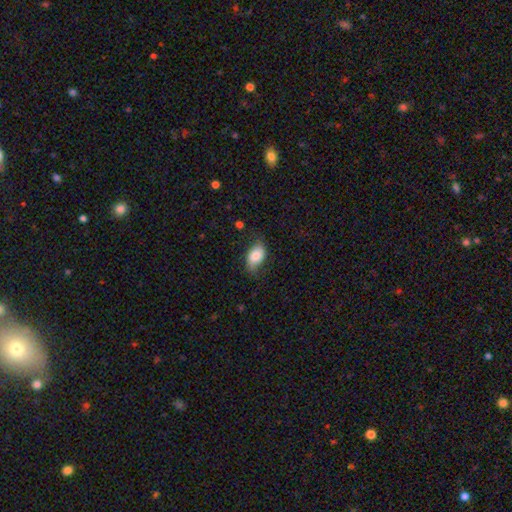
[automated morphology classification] smooth 81%, featured or disk 12%, star or artifact 7%. Down the decision tree: how rounded — in between (91%); merging — none (70%).